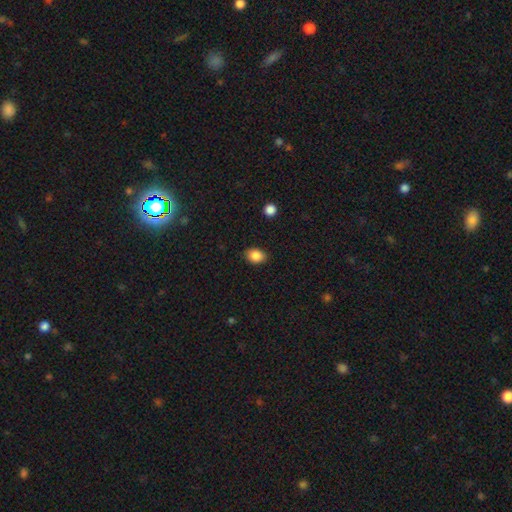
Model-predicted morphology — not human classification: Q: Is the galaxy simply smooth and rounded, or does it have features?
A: smooth — 87%.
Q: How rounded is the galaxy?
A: in between — 63%.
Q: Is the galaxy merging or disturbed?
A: none — 86%.